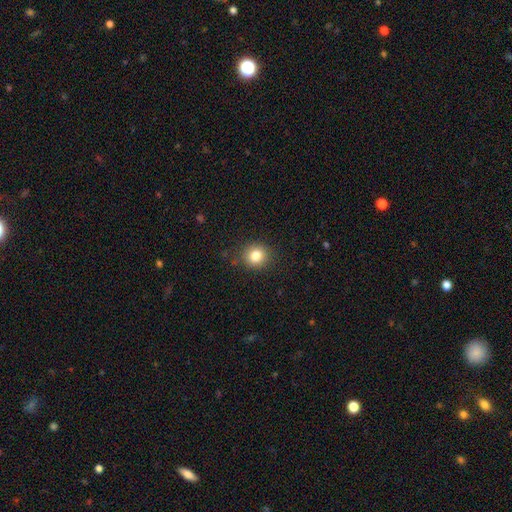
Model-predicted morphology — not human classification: smooth_or_featured: smooth (p=0.82) [alt: star or artifact p=0.11]
how_rounded: round (p=0.88) [alt: in between p=0.11]
merging: none (p=0.87) [alt: minor disturbance p=0.09]